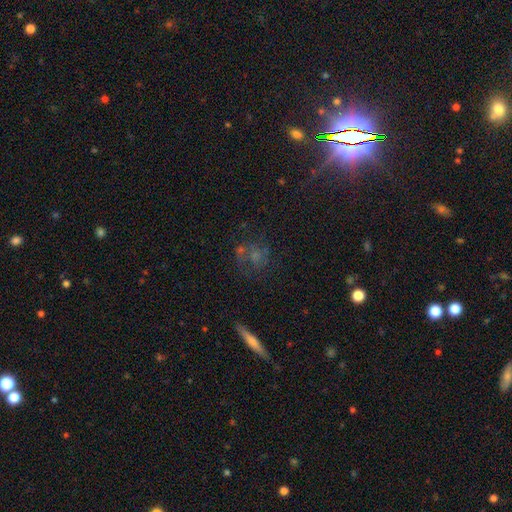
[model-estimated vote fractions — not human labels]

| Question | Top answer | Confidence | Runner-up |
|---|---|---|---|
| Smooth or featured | featured or disk | 45% | smooth (33%) |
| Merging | none | 56% | minor disturbance (17%) |